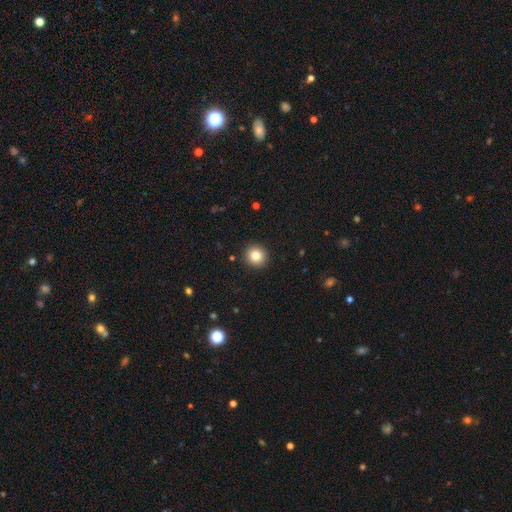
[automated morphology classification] The model was most divided on "smooth or featured": smooth: 83%, star or artifact: 10%, featured or disk: 7%. More confident: how rounded — round (92%); merging — none (92%).